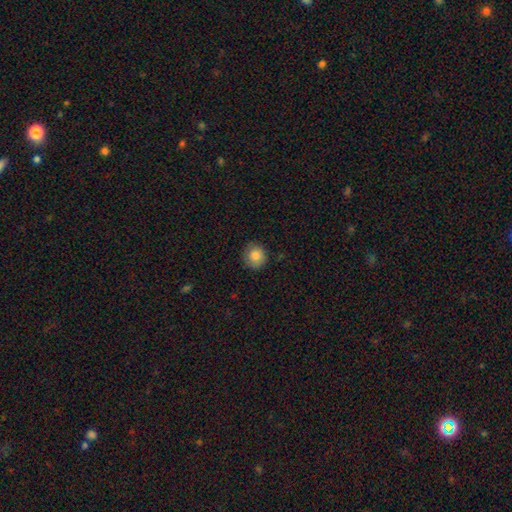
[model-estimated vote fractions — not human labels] Morphology: type=smooth (85%); roundness=round (89%); merging=none (85%).